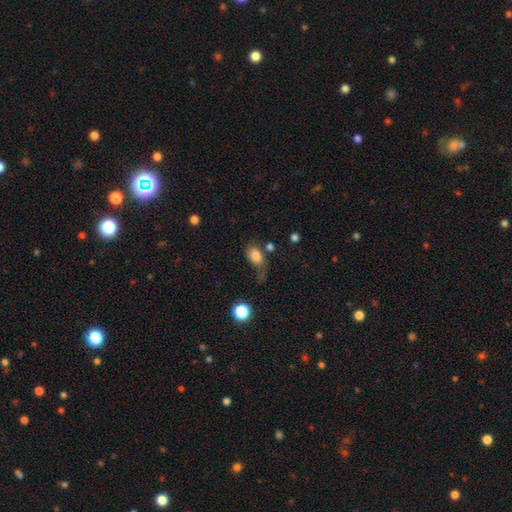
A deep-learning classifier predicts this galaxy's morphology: This is clearly a smooth galaxy (81%). How rounded: likely in between (80%). Merging: marginally none (43%).